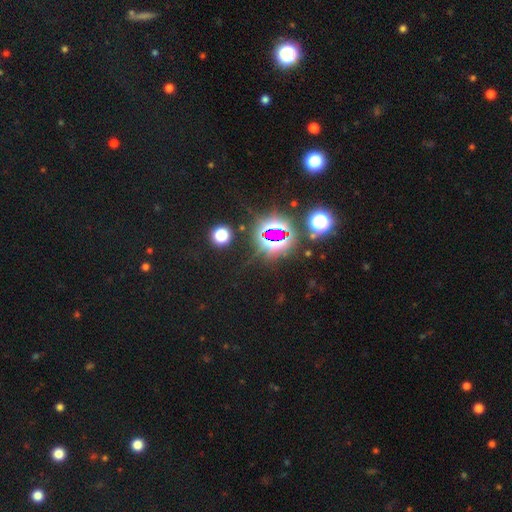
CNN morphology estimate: Overall: star or artifact (75%).